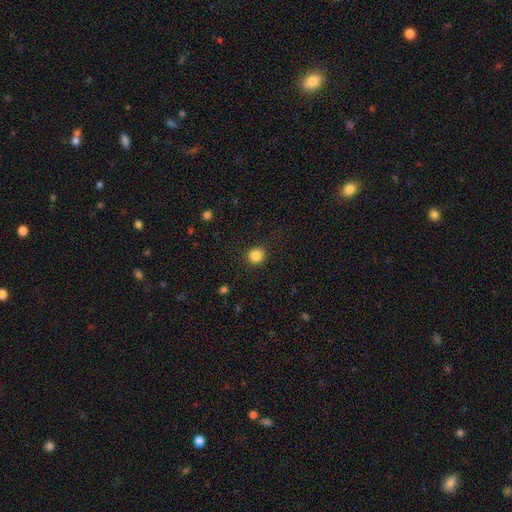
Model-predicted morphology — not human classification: Smooth or featured? smooth (86%)
How rounded? round (92%)
Merging? none (90%)